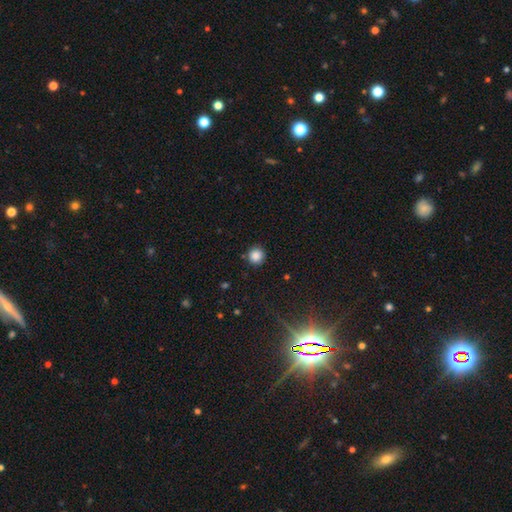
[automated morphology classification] Smooth or featured? Predicted: smooth (p=0.85). How rounded? Predicted: round (p=0.94). Merging? Predicted: none (p=0.89).